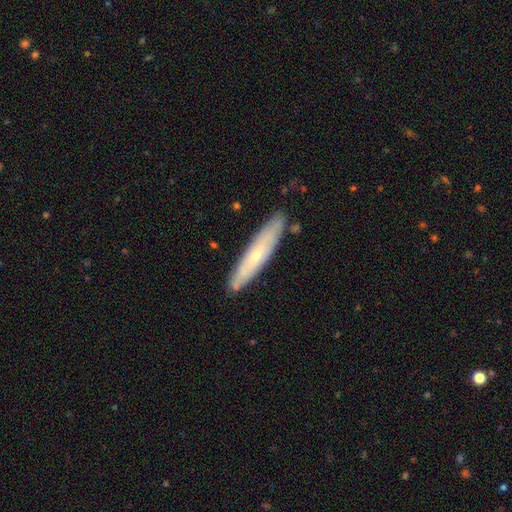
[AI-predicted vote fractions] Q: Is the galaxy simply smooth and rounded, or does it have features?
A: featured or disk — 50%.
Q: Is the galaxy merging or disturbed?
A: none — 83%.